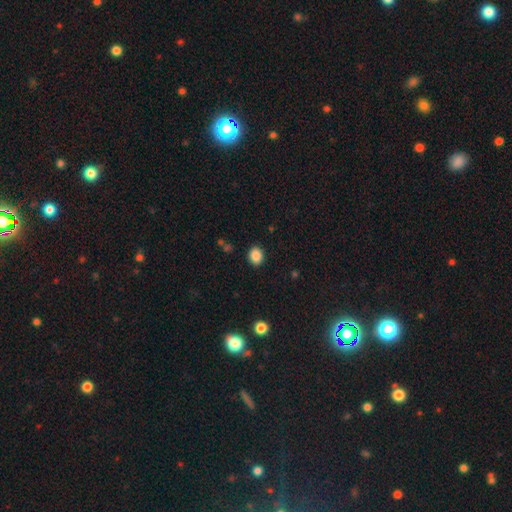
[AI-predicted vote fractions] Smooth or featured? smooth (87%)
How rounded? round (54%)
Merging? none (89%)